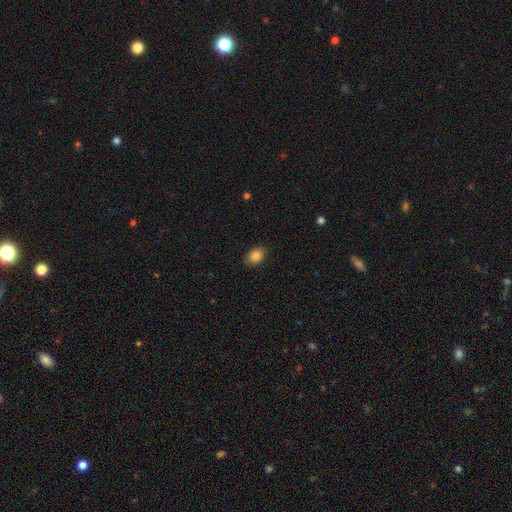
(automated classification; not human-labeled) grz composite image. It shows a smooth galaxy with no disk features (86%) that is in between round and cigar-shaped (71%). Merging: none (86%).